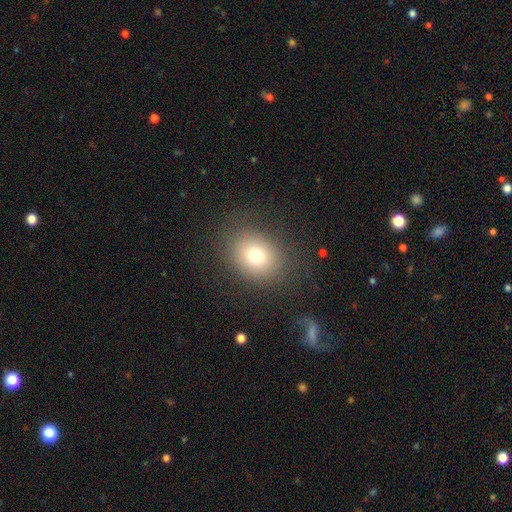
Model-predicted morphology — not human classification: Q: Smooth or featured?
A: smooth (74%); runner-up: star or artifact (14%)
Q: How rounded?
A: round (58%); runner-up: in between (42%)
Q: Merging?
A: none (83%); runner-up: minor disturbance (10%)